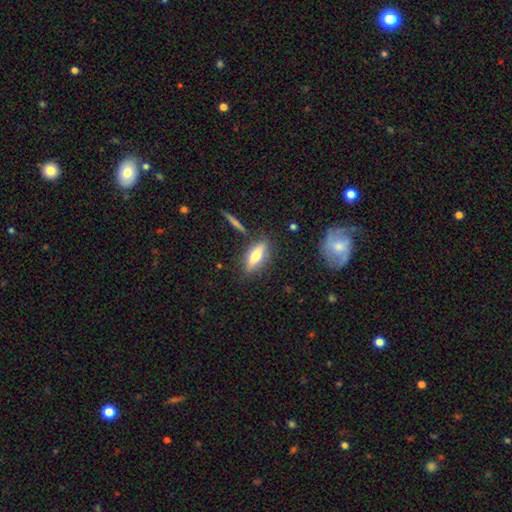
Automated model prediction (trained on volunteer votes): Smooth or featured?
  - smooth: 51% *
  - featured or disk: 41%
  - star or artifact: 8%
How rounded?
  - in between: 53% *
  - cigar-shaped: 43%
  - round: 4%
Merging?
  - none: 81% *
  - minor disturbance: 11%
  - merger: 4%
  - major disturbance: 3%